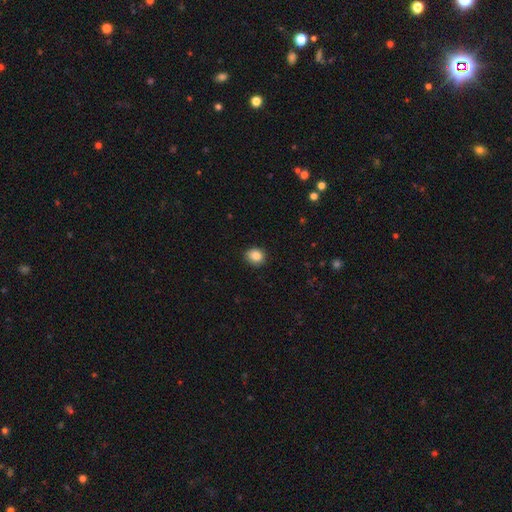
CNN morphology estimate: Q: Smooth or featured?
A: smooth (87%); runner-up: star or artifact (9%)
Q: How rounded?
A: round (69%); runner-up: in between (30%)
Q: Merging?
A: none (86%); runner-up: minor disturbance (11%)